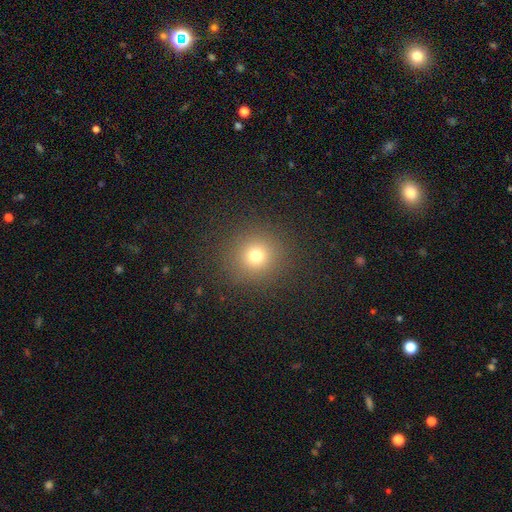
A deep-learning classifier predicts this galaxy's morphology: Smooth or featured: smooth — 74% (star or artifact — 18%)
How rounded: round — 91% (in between — 8%)
Merging: none — 89% (minor disturbance — 6%)